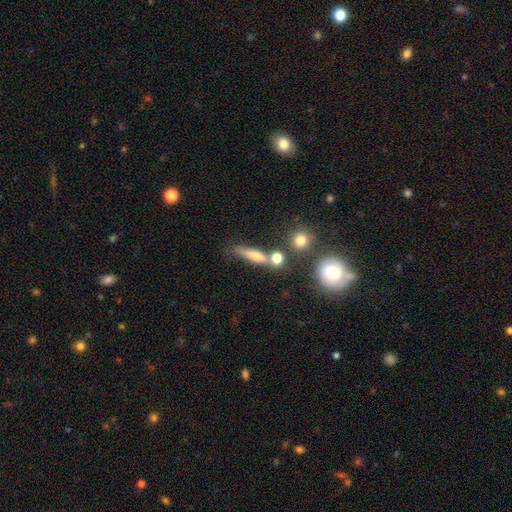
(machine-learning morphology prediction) type=smooth (58%); roundness=cigar-shaped (59%); merging=none (59%).